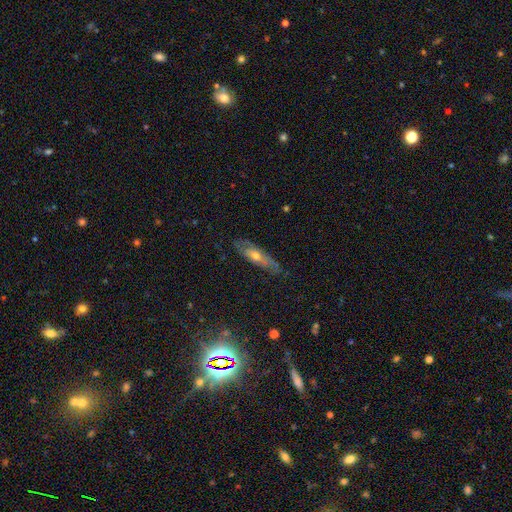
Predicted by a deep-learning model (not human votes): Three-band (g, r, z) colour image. It shows a featured or disk galaxy (62%). Merging: none (73%).